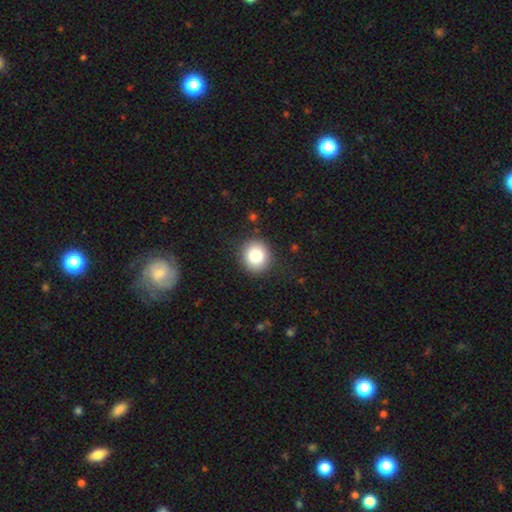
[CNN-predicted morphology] smooth 81%, star or artifact 10%, featured or disk 9%. Down the decision tree: how rounded — round (86%); merging — none (89%).